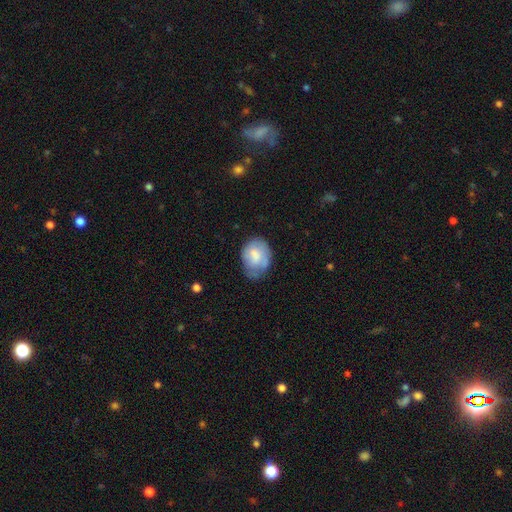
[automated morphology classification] Overall: smooth (68%). How rounded: in between (64%; round 35%). Merging: none (49%; minor disturbance 35%).